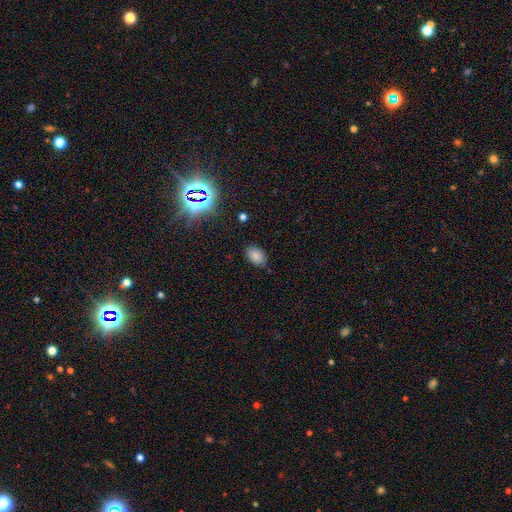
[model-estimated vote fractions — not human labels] A smooth galaxy with no disk features (82%) that is in between round and cigar-shaped (88%).

Vote fractions:
- Smooth or featured? smooth: 82% / star or artifact: 12% / featured or disk: 5%
- How rounded? in between: 88% / round: 11% / cigar-shaped: 1%
- Merging? none: 78% / minor disturbance: 17% / major disturbance: 3% / merger: 2%